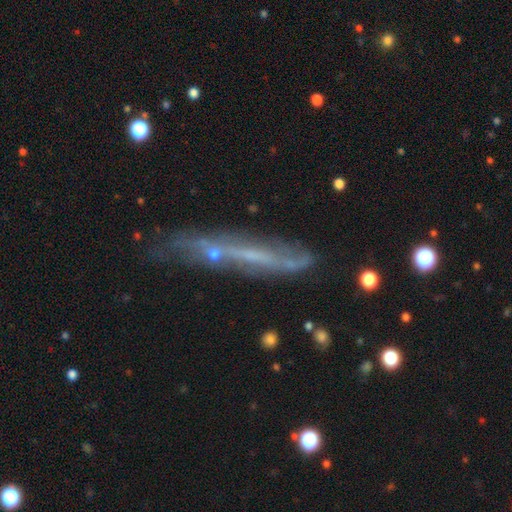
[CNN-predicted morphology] A featured or disk galaxy (64%) viewed edge-on (68%). Merging: none (52%).